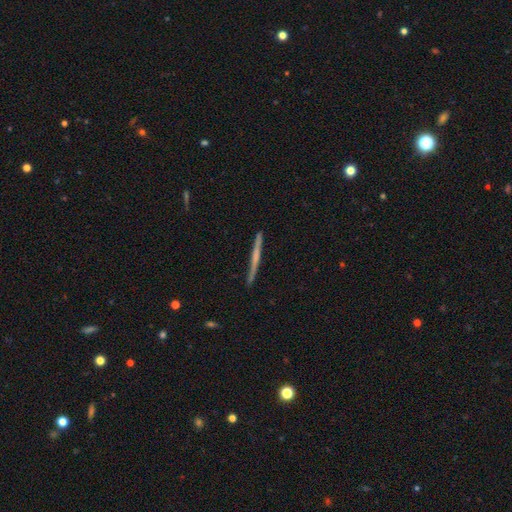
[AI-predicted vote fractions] Smooth or featured?
  - featured or disk: 58% *
  - smooth: 36%
  - star or artifact: 6%
Edge-on disk?
  - yes: 98% *
  - no: 2%
Edge-on bulge?
  - none: 69% *
  - rounded: 21%
  - boxy: 9%
Merging?
  - none: 89% *
  - minor disturbance: 8%
  - major disturbance: 1%
  - merger: 1%